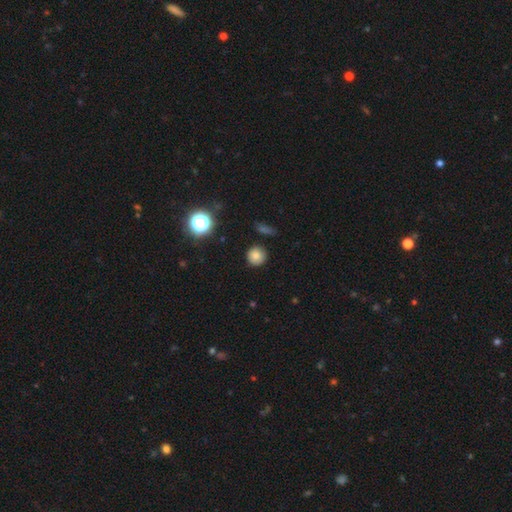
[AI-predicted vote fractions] Q: Smooth or featured?
A: smooth (81%); runner-up: star or artifact (13%)
Q: How rounded?
A: round (93%); runner-up: in between (6%)
Q: Merging?
A: none (88%); runner-up: minor disturbance (8%)